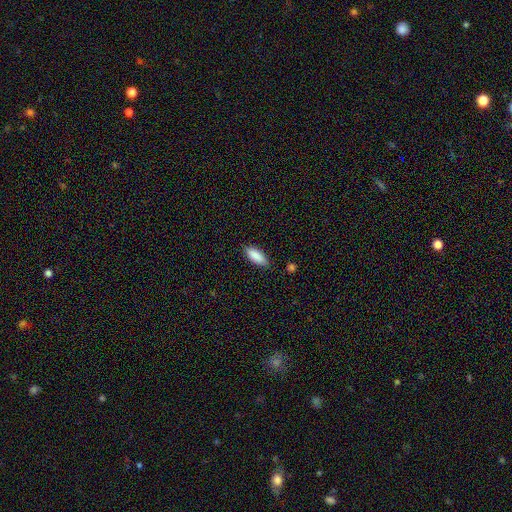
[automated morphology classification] type=smooth (88%); roundness=in between (80%); merging=none (83%).